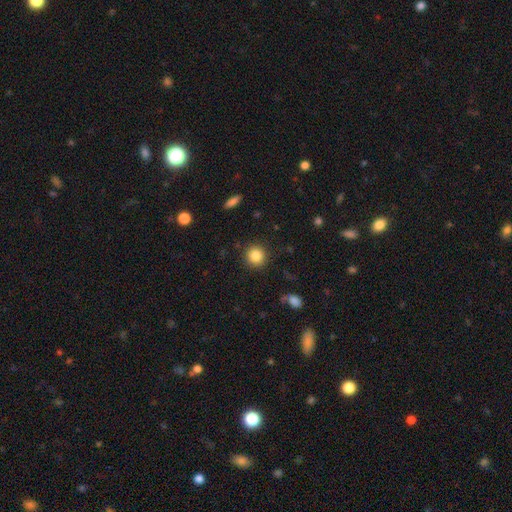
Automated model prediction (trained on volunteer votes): Q: Smooth or featured?
A: smooth (84%); runner-up: star or artifact (10%)
Q: How rounded?
A: round (93%); runner-up: in between (6%)
Q: Merging?
A: none (90%); runner-up: minor disturbance (6%)